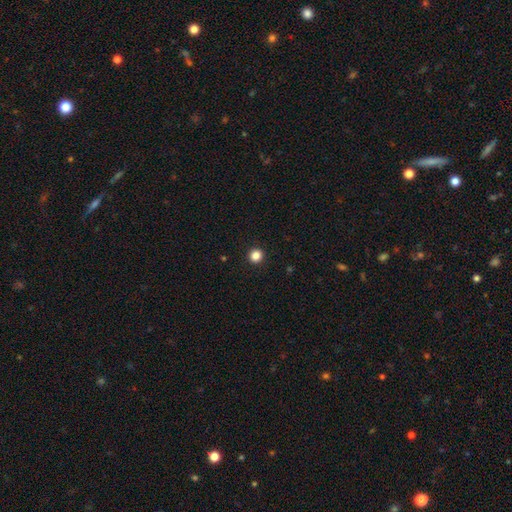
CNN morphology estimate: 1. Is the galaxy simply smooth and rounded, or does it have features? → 85% smooth, 12% star or artifact, 3% featured or disk.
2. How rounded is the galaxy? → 94% round, 5% in between, 1% cigar-shaped.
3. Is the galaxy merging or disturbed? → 93% none, 4% minor disturbance, 1% major disturbance, 1% merger.